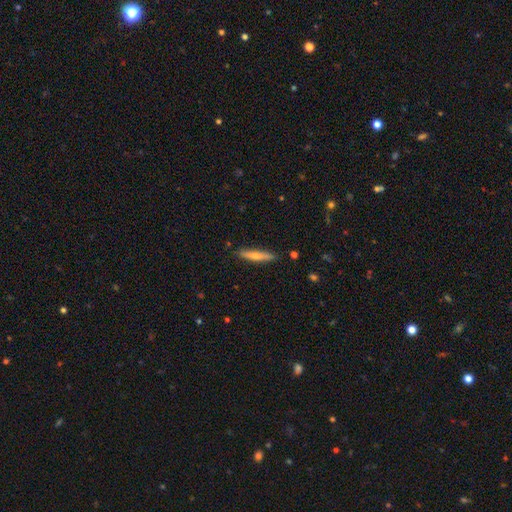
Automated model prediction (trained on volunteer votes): Smooth or featured?
  - smooth: 61% *
  - featured or disk: 33%
  - star or artifact: 6%
How rounded?
  - cigar-shaped: 89% *
  - in between: 9%
  - round: 1%
Merging?
  - none: 87% *
  - minor disturbance: 10%
  - major disturbance: 2%
  - merger: 2%